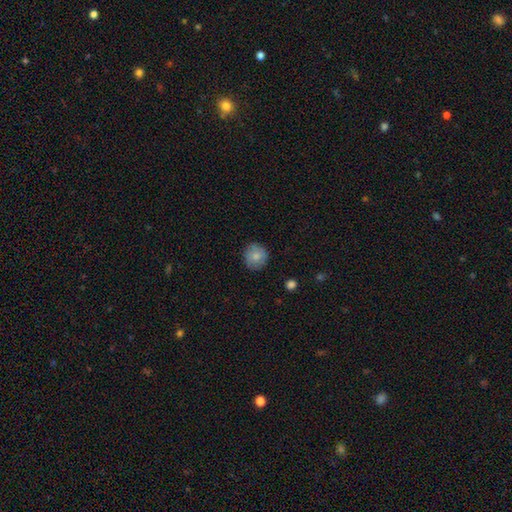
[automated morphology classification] smooth_or_featured: smooth (p=0.80) [alt: featured or disk p=0.12]
how_rounded: round (p=0.90) [alt: in between p=0.09]
merging: none (p=0.84) [alt: minor disturbance p=0.12]